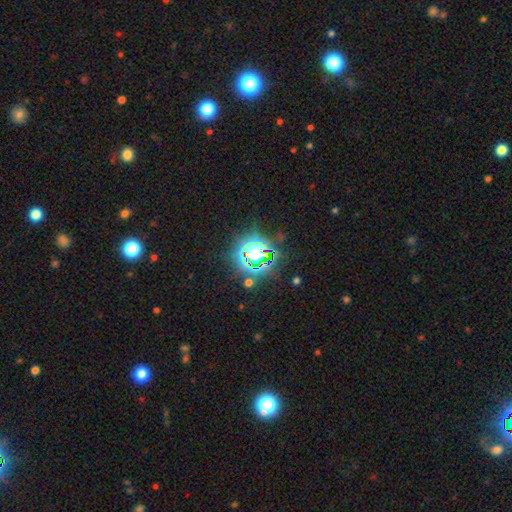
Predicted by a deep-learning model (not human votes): Smooth or featured? star or artifact (73%)